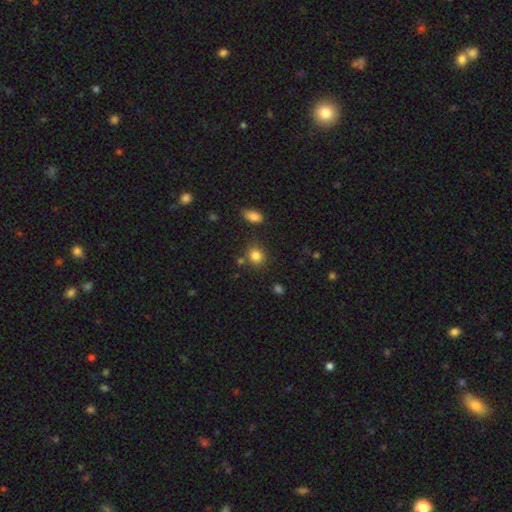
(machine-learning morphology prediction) Smooth or featured? Predicted: smooth (p=0.84). How rounded? Predicted: round (p=0.77). Merging? Predicted: none (p=0.79).